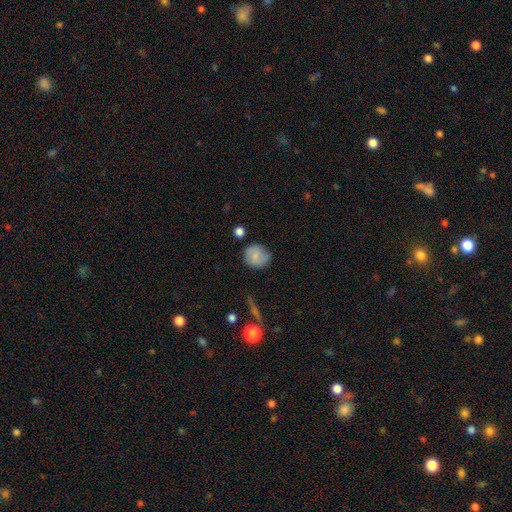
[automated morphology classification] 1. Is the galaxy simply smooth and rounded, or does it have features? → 75% smooth, 16% featured or disk, 9% star or artifact.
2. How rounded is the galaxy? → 85% round, 14% in between, 1% cigar-shaped.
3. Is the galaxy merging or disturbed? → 68% none, 23% minor disturbance, 6% major disturbance, 3% merger.